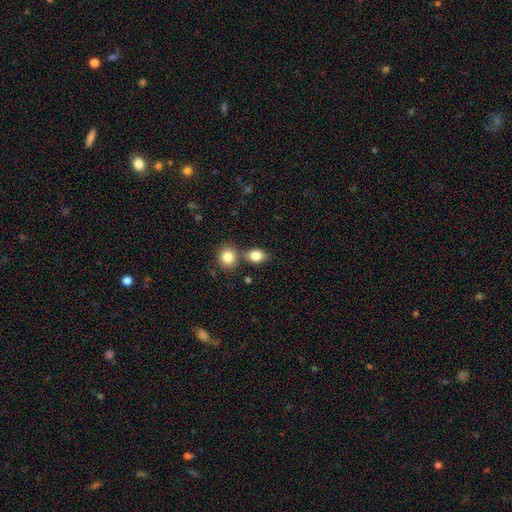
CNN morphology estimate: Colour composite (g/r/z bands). It shows a smooth galaxy with no disk features (83%) that is in between round and cigar-shaped (66%). Merging: none (60%).